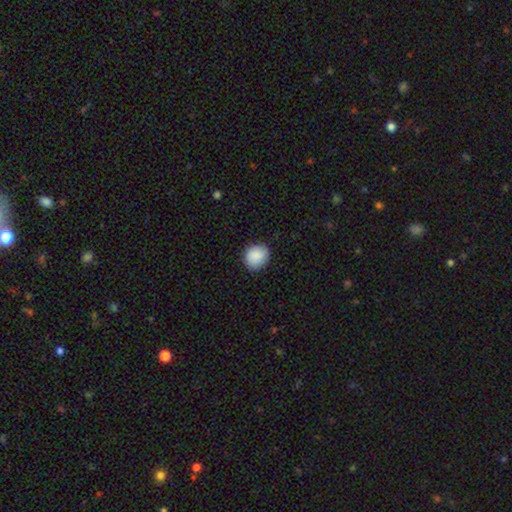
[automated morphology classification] This appears to be a smooth galaxy with no disk features (89%) that is round (68%). Merging: none (86%).